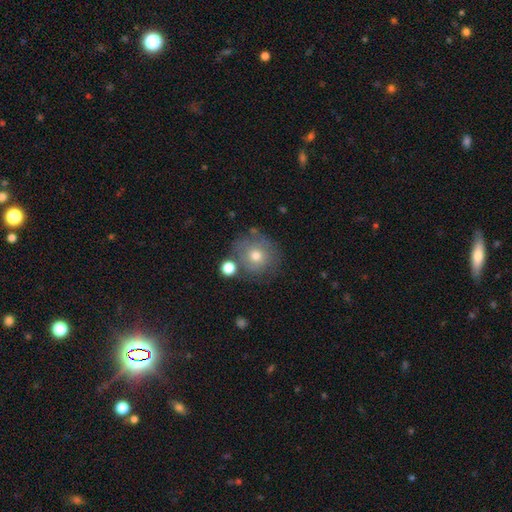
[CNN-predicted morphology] Q: Smooth or featured?
A: smooth (63%); runner-up: featured or disk (27%)
Q: How rounded?
A: round (87%); runner-up: in between (12%)
Q: Merging?
A: none (68%); runner-up: minor disturbance (17%)